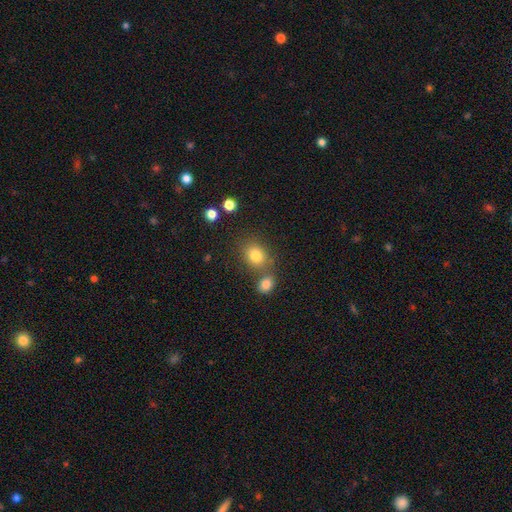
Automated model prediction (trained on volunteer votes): Smooth or featured? smooth (80%)
How rounded? in between (50%)
Merging? none (62%)